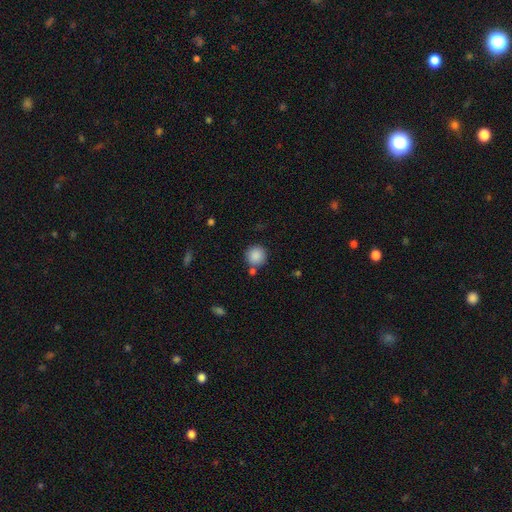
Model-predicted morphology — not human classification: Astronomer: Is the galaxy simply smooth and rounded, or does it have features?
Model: smooth — 88%.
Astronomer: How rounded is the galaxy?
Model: round — 93%.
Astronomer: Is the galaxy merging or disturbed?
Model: none — 79%.